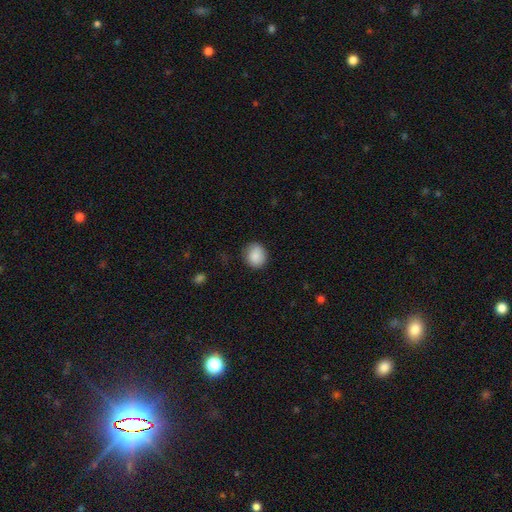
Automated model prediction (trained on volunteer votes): smooth_or_featured: smooth (p=0.88) [alt: star or artifact p=0.08]
how_rounded: round (p=0.75) [alt: in between p=0.24]
merging: none (p=0.83) [alt: minor disturbance p=0.12]